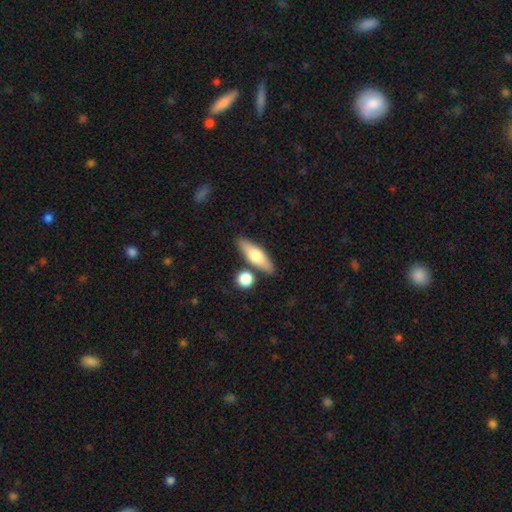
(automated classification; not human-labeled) A smooth galaxy with no disk features (62%) that is in between round and cigar-shaped (48%). Merging: none (78%).